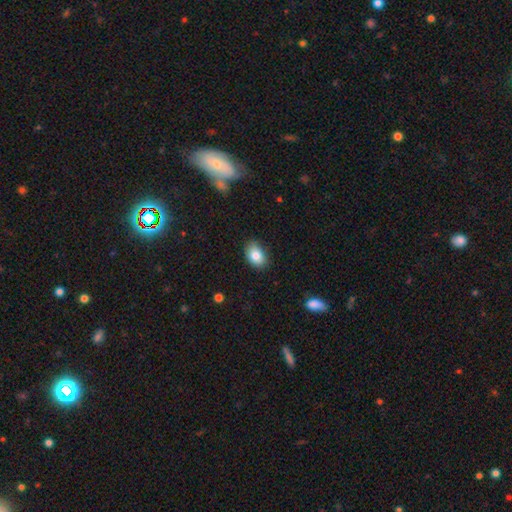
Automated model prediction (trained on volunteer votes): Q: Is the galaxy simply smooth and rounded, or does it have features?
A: smooth — 83%.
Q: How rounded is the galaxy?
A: in between — 85%.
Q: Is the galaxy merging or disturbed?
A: none — 79%.